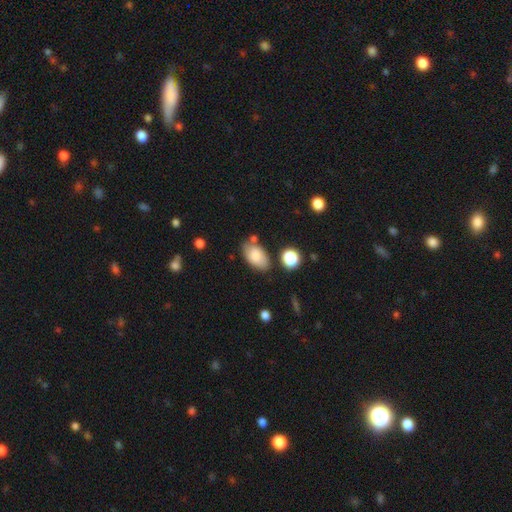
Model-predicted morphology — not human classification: A smooth galaxy with no disk features (82%) that is in between round and cigar-shaped (93%).

Vote fractions:
- Smooth or featured? smooth: 82% / featured or disk: 11% / star or artifact: 8%
- How rounded? in between: 93% / round: 6% / cigar-shaped: 2%
- Merging? none: 69% / minor disturbance: 19% / merger: 8% / major disturbance: 5%